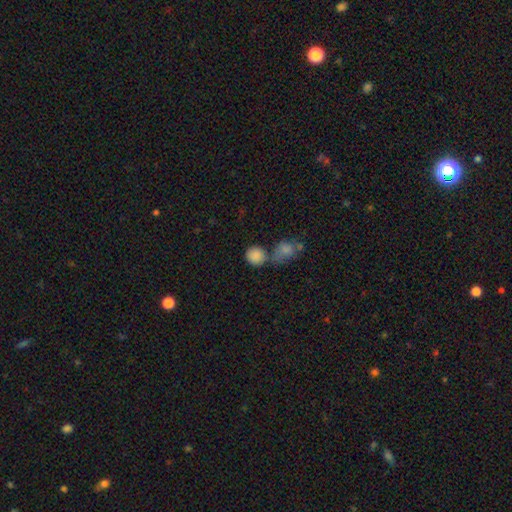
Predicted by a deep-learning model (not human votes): smooth-or-featured: smooth: 85% | star or artifact: 10% | featured or disk: 5%
  how-rounded: round: 83% | in between: 16% | cigar-shaped: 1%
  merging: none: 52% | merger: 32% | minor disturbance: 11% | major disturbance: 5%